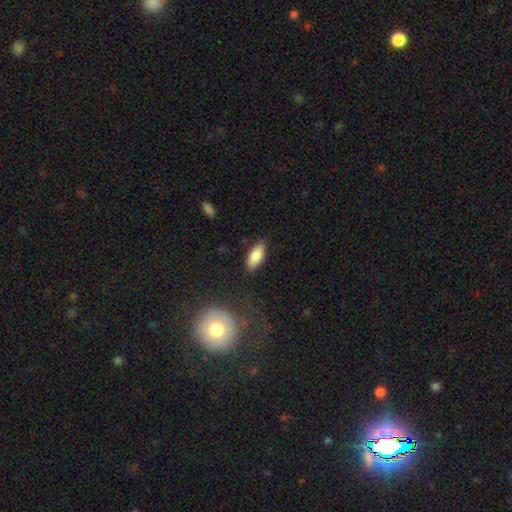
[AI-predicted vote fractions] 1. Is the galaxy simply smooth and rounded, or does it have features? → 85% smooth, 8% featured or disk, 7% star or artifact.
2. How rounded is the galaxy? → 84% in between, 14% cigar-shaped, 2% round.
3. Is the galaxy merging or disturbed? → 82% none, 14% minor disturbance, 3% major disturbance, 1% merger.